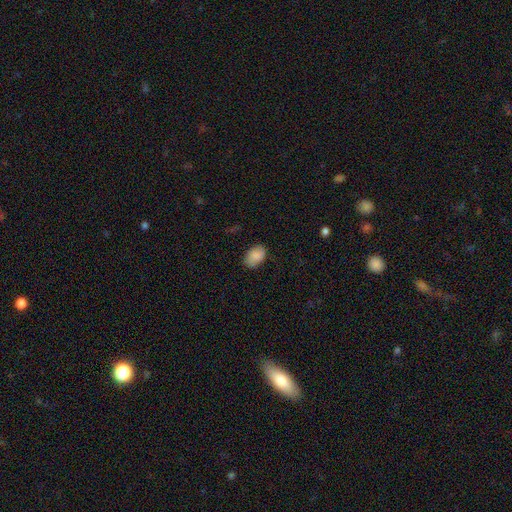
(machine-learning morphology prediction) smooth 83%, featured or disk 9%, star or artifact 7%. Down the decision tree: how rounded — in between (85%); merging — none (77%).